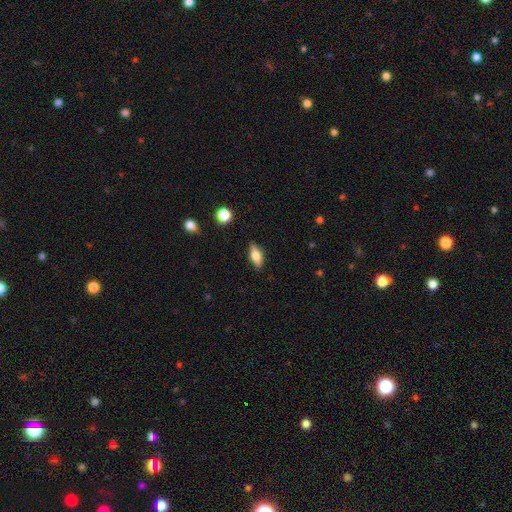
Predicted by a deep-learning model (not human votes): Smooth or featured? Predicted: smooth (p=0.66). How rounded? Predicted: in between (p=0.75). Merging? Predicted: none (p=0.85).